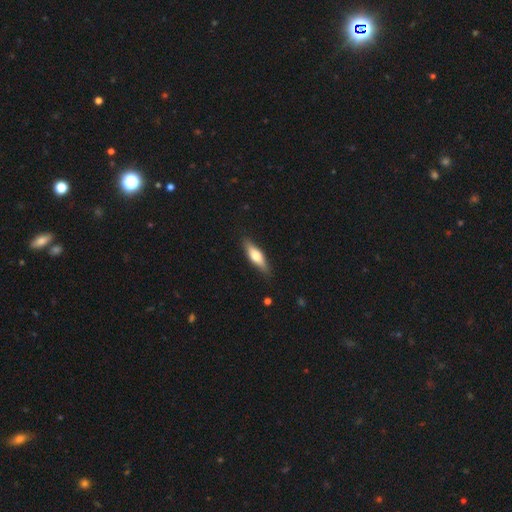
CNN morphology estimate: Smooth or featured? Predicted: smooth (p=0.57). How rounded? Predicted: cigar-shaped (p=0.56). Merging? Predicted: none (p=0.86).